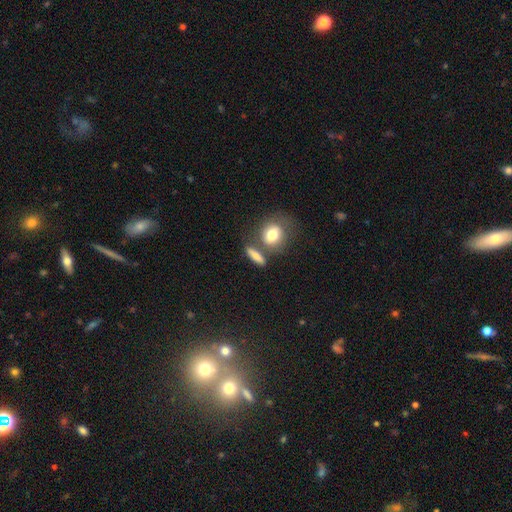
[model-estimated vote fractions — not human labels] This is likely a smooth galaxy (76%). How rounded: marginally in between (37%). Merging: likely none (63%).